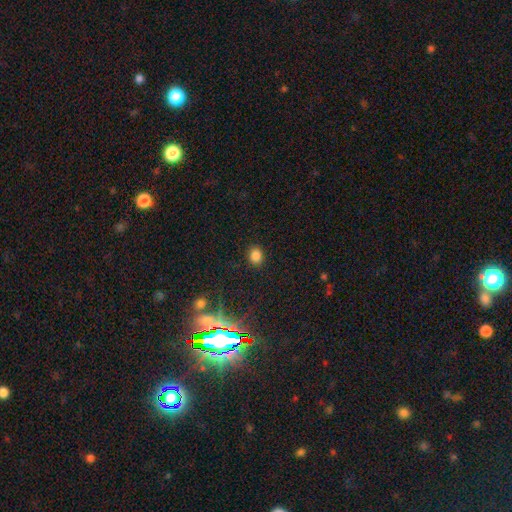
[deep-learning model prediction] Smooth or featured: smooth — 80% (star or artifact — 15%)
How rounded: round — 60% (in between — 39%)
Merging: none — 89% (minor disturbance — 7%)